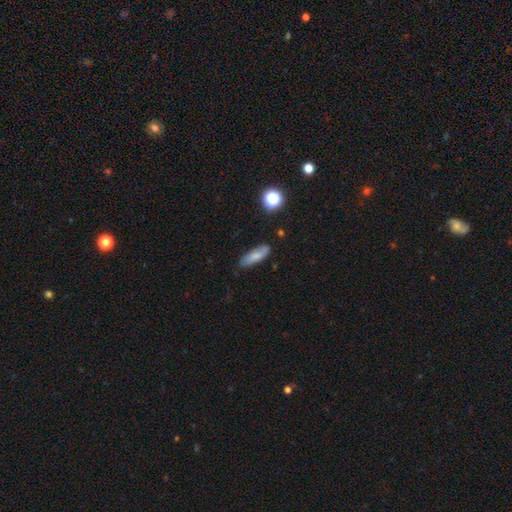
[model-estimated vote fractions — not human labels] This appears to be a smooth galaxy with no disk features (74%) that is in between round and cigar-shaped (62%). Merging: none (77%).